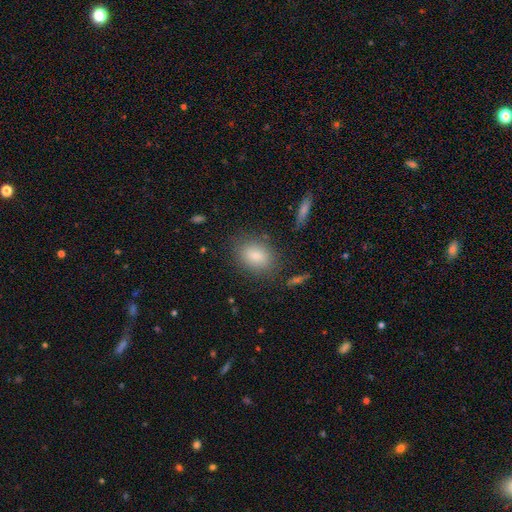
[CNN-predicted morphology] Smooth or featured: smooth — 84% (star or artifact — 8%)
How rounded: in between — 77% (round — 21%)
Merging: none — 80% (minor disturbance — 12%)